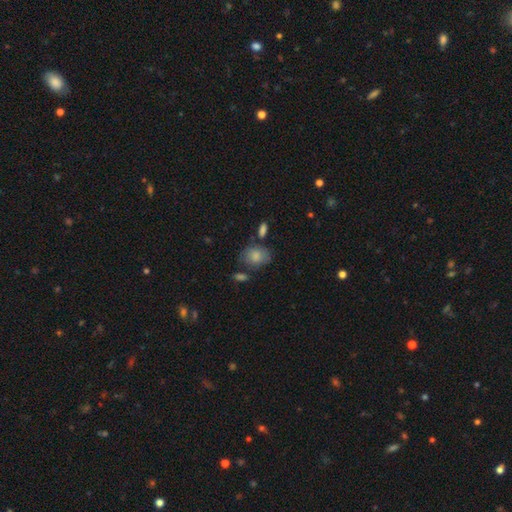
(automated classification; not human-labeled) A smooth galaxy with no disk features (72%) that is in between round and cigar-shaped (61%).

Vote fractions:
- Smooth or featured? smooth: 72% / featured or disk: 15% / star or artifact: 13%
- How rounded? in between: 61% / round: 38% / cigar-shaped: 1%
- Merging? none: 69% / minor disturbance: 17% / merger: 9% / major disturbance: 5%